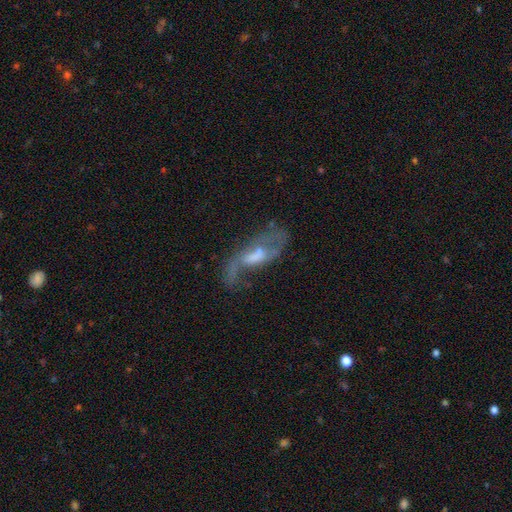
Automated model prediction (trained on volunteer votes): Smooth or featured: featured or disk — 72% (smooth — 20%)
Edge-on disk: no — 87% (yes — 13%)
Bar: weak — 47% (no — 35%)
Spiral arms: yes — 76% (no — 24%)
Bulge size: moderate — 42% (small — 25%)
Merging: none — 40% (major disturbance — 33%)